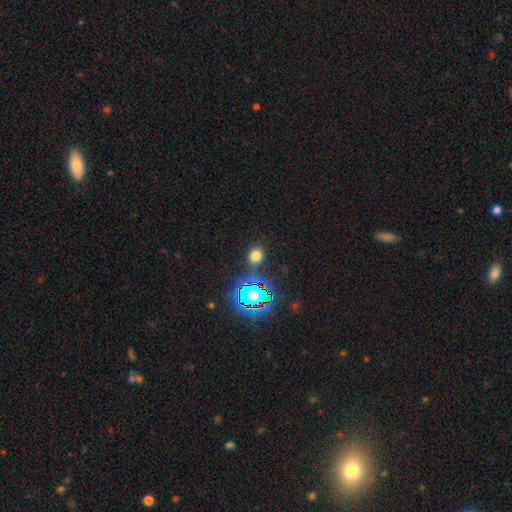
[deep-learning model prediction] Morphology: type=smooth (67%); roundness=round (74%); merging=none (84%).